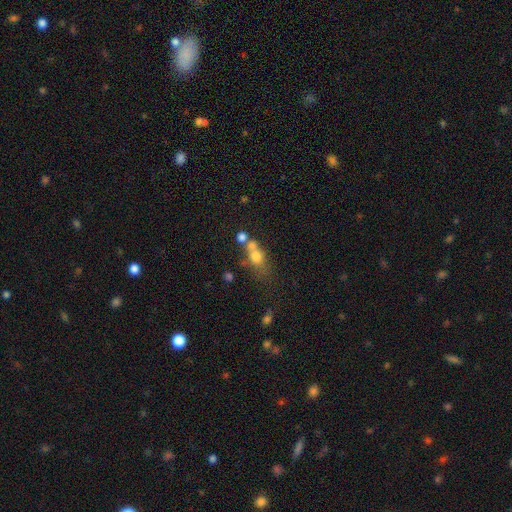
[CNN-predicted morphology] type=smooth (65%); roundness=round (47%, tied with in between); merging=merger (44%).